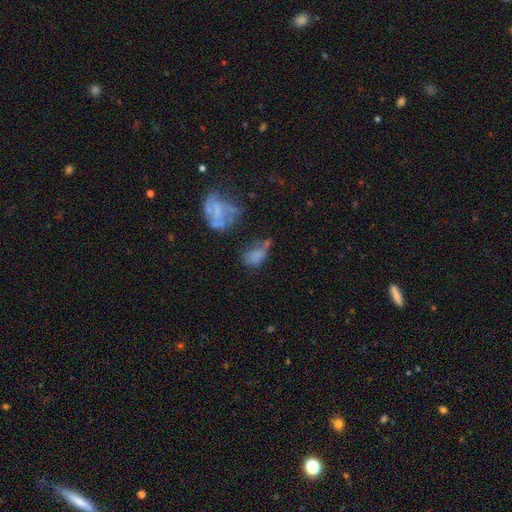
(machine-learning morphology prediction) Smooth or featured? Predicted: smooth (p=0.59). How rounded? Predicted: in between (p=0.75). Merging? Predicted: none (p=0.30).